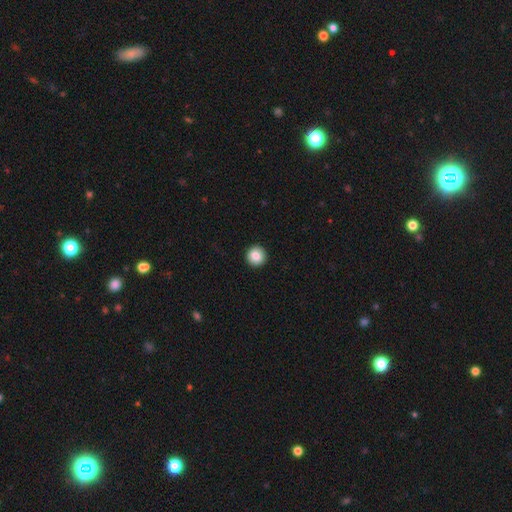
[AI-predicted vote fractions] Morphology: type=smooth (85%); roundness=round (94%); merging=none (93%).